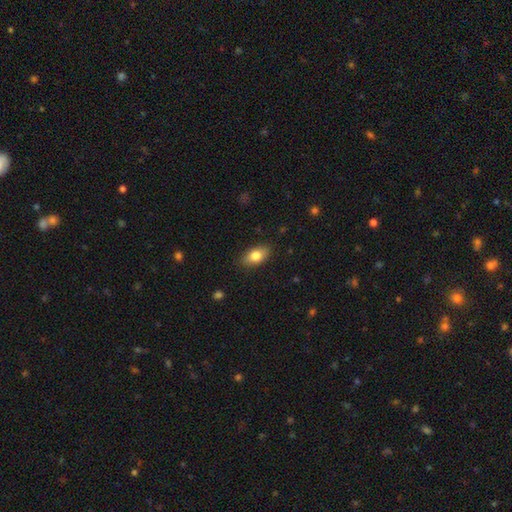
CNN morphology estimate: Smooth or featured?
  - smooth: 78% *
  - featured or disk: 15%
  - star or artifact: 7%
How rounded?
  - in between: 87% *
  - round: 7%
  - cigar-shaped: 6%
Merging?
  - none: 86% *
  - minor disturbance: 11%
  - major disturbance: 2%
  - merger: 1%